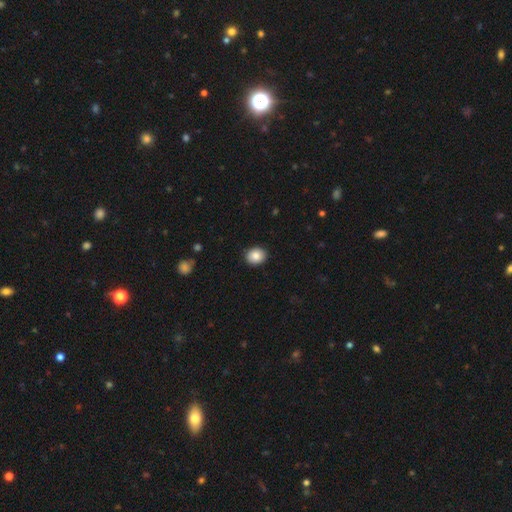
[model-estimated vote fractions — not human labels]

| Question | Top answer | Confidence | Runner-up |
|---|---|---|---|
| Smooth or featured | smooth | 85% | star or artifact (8%) |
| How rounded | round | 58% | in between (41%) |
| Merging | none | 90% | minor disturbance (7%) |